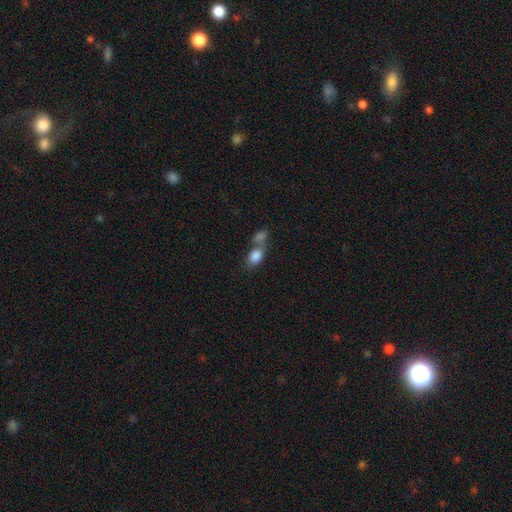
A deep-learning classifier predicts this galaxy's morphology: Smooth or featured? smooth (83%)
How rounded? in between (77%)
Merging? merger (58%)